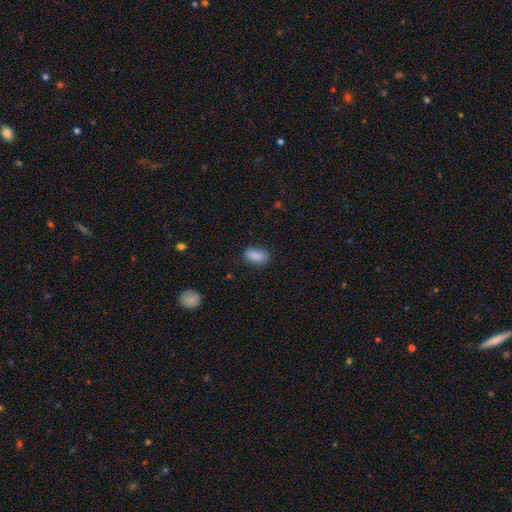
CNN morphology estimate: type=smooth (87%); roundness=in between (88%); merging=none (78%).